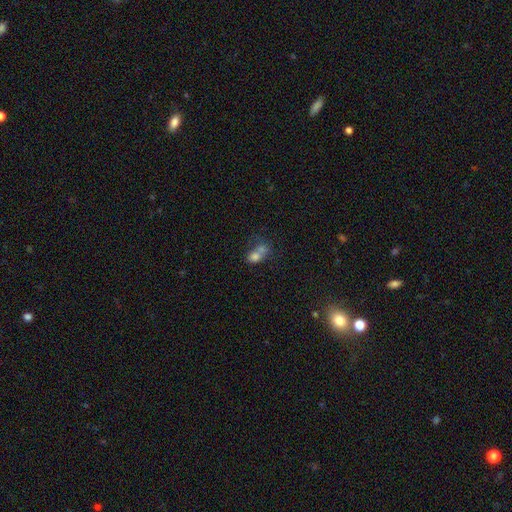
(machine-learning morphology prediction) smooth 66%, featured or disk 18%, star or artifact 16%. Down the decision tree: how rounded — in between (57%); merging — merger (58%).